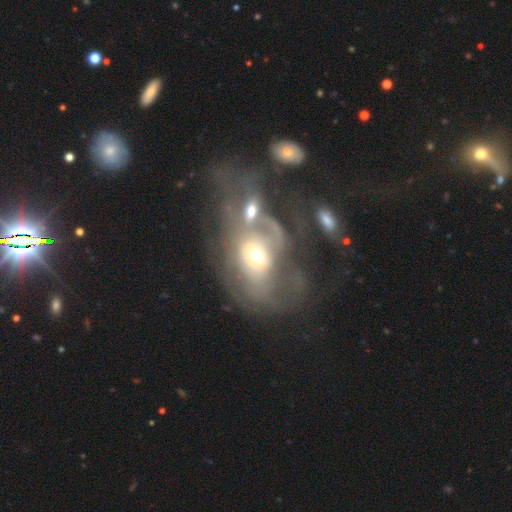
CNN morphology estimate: smooth_or_featured: featured or disk (p=0.67) [alt: smooth p=0.24]
disk_edge_on: no (p=0.95) [alt: yes p=0.05]
bar: no (p=0.76) [alt: weak p=0.18]
has_spiral_arms: yes (p=0.57) [alt: no p=0.43]
bulge_size: moderate (p=0.58) [alt: small p=0.30]
merging: merger (p=0.50) [alt: major disturbance p=0.27]